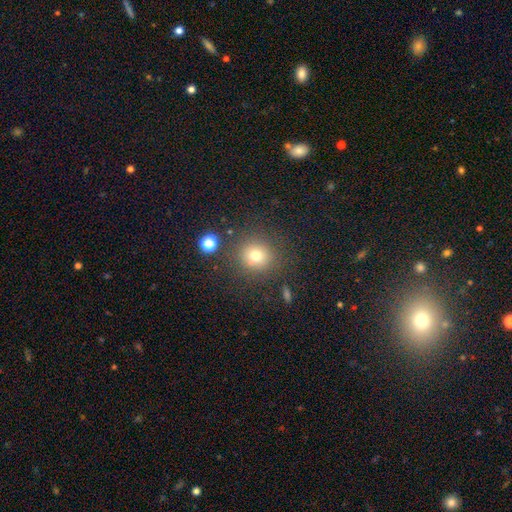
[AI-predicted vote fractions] smooth_or_featured: smooth (p=0.75) [alt: star or artifact p=0.15]
how_rounded: round (p=0.89) [alt: in between p=0.10]
merging: none (p=0.82) [alt: minor disturbance p=0.10]